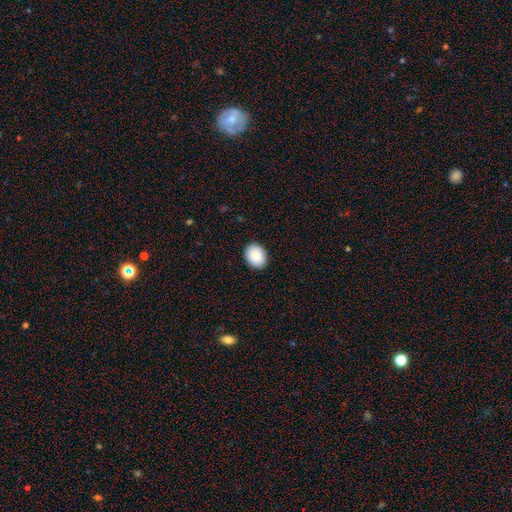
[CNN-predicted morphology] Smooth or featured?
  - smooth: 88% *
  - star or artifact: 7%
  - featured or disk: 5%
How rounded?
  - in between: 62% *
  - round: 37%
  - cigar-shaped: 1%
Merging?
  - none: 90% *
  - minor disturbance: 7%
  - major disturbance: 2%
  - merger: 1%